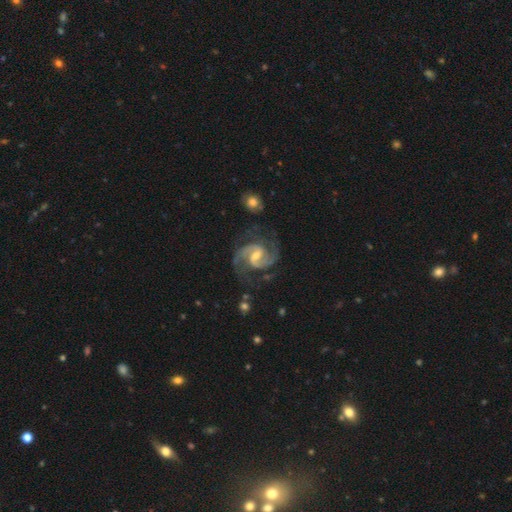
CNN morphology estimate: Smooth or featured?
  - featured or disk: 93% *
  - star or artifact: 4%
  - smooth: 3%
Edge-on disk?
  - no: 98% *
  - yes: 2%
Bar?
  - weak: 60% *
  - strong: 26%
  - no: 14%
Spiral arms?
  - yes: 98% *
  - no: 2%
Spiral winding?
  - medium: 64% *
  - tight: 22%
  - loose: 14%
Spiral arm count?
  - 2: 89% *
  - 3: 5%
  - can't tell: 2%
  - 1: 1%
  - 4: 1%
  - more than 4: 1%
Bulge size?
  - moderate: 47% *
  - small: 39%
  - none: 8%
  - large: 5%
  - dominant: 1%
Merging?
  - none: 74% *
  - minor disturbance: 16%
  - major disturbance: 8%
  - merger: 3%